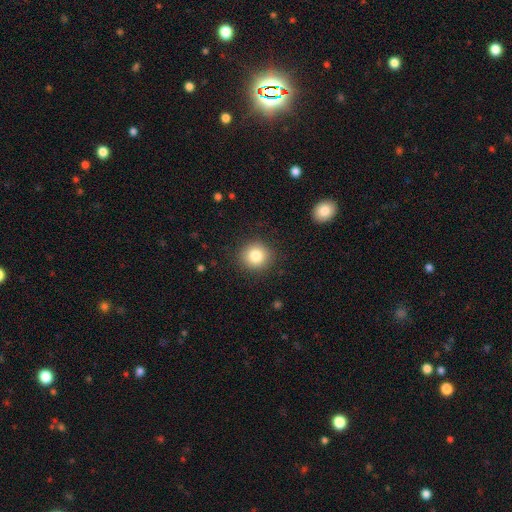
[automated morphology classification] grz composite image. It shows a smooth galaxy with no disk features (83%) that is round (91%). Merging: none (90%).